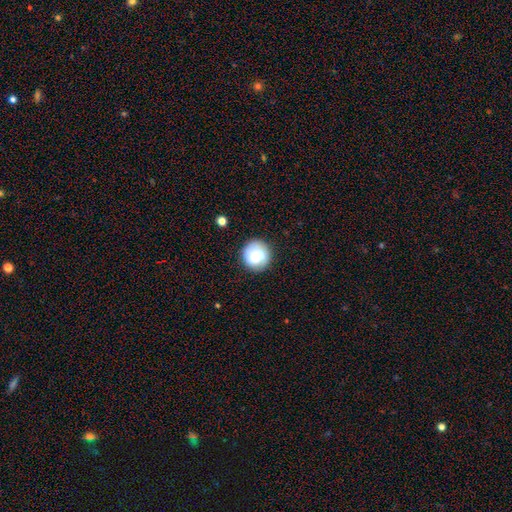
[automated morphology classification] Overall: smooth (77%). How rounded: round (93%). Merging: none (87%).